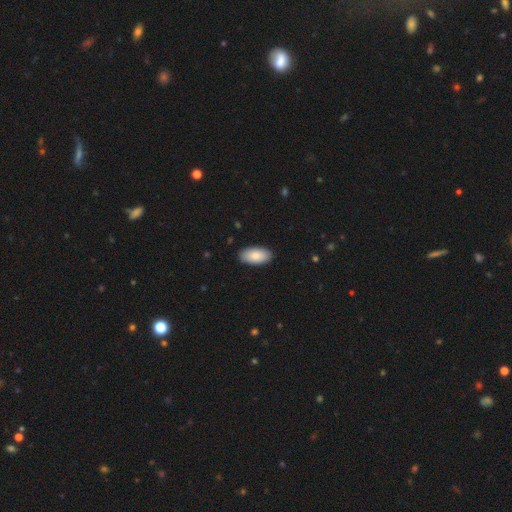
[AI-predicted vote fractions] Smooth or featured?
  - smooth: 87% *
  - featured or disk: 8%
  - star or artifact: 6%
How rounded?
  - in between: 95% *
  - cigar-shaped: 3%
  - round: 2%
Merging?
  - none: 89% *
  - minor disturbance: 8%
  - major disturbance: 2%
  - merger: 1%